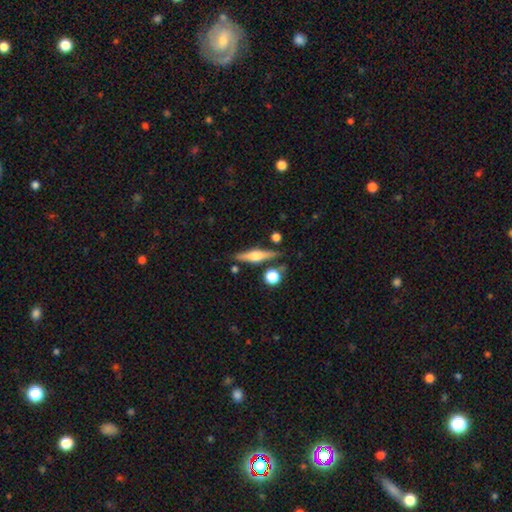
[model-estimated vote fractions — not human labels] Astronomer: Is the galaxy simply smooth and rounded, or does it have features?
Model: featured or disk — 68%.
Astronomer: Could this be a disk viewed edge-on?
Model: yes — 96%.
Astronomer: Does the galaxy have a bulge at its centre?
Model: rounded — 91%.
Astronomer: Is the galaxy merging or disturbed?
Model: none — 83%.